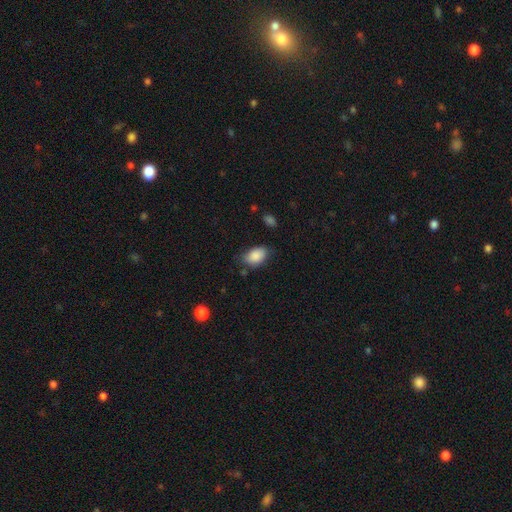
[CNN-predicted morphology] Smooth or featured? smooth (87%)
How rounded? in between (88%)
Merging? none (68%)